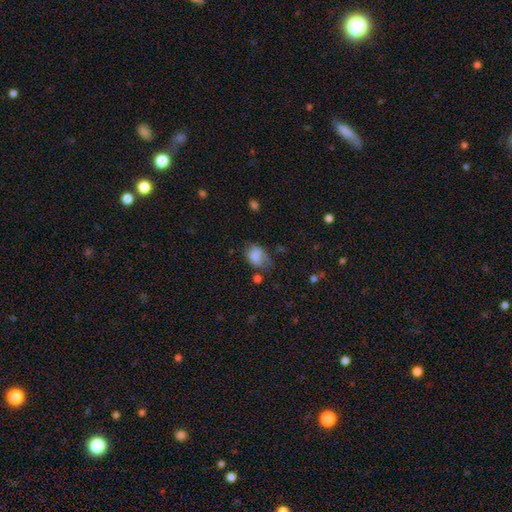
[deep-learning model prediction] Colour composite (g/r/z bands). It shows a smooth galaxy with no disk features (73%) that is in between round and cigar-shaped (75%). Merging: none (34%).